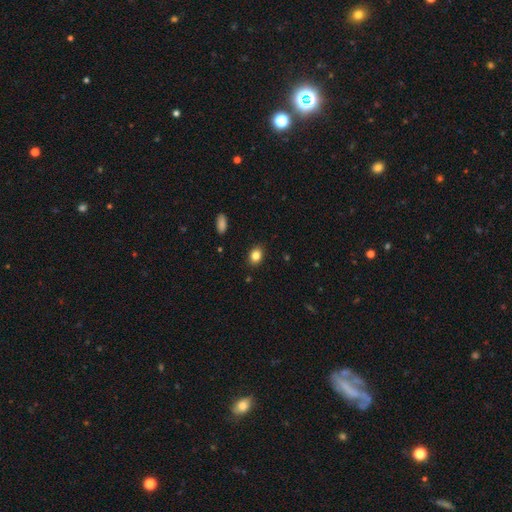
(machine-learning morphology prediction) smooth-or-featured: smooth: 84% | star or artifact: 10% | featured or disk: 6%
  how-rounded: in between: 69% | round: 30% | cigar-shaped: 1%
  merging: none: 88% | minor disturbance: 9% | major disturbance: 2% | merger: 1%